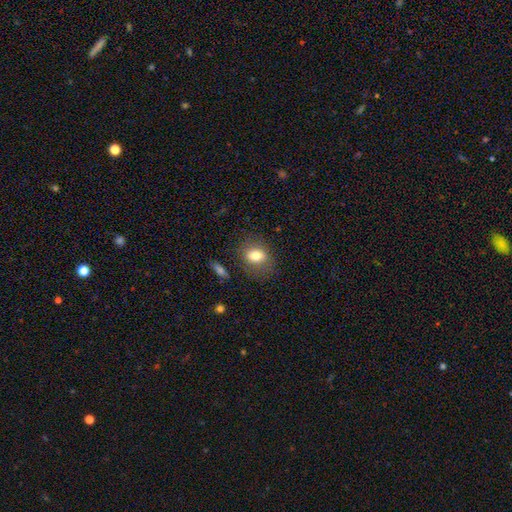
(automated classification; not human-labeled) Q: Smooth or featured?
A: smooth (77%); runner-up: featured or disk (13%)
Q: How rounded?
A: in between (64%); runner-up: round (34%)
Q: Merging?
A: none (74%); runner-up: minor disturbance (17%)